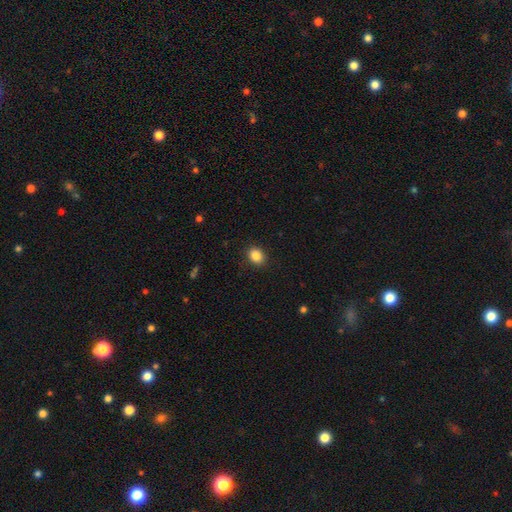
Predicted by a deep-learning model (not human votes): A smooth galaxy with no disk features (87%) that is in between round and cigar-shaped (56%).

Vote fractions:
- Smooth or featured? smooth: 87% / star or artifact: 9% / featured or disk: 4%
- How rounded? in between: 56% / round: 43% / cigar-shaped: 1%
- Merging? none: 89% / minor disturbance: 8% / major disturbance: 2% / merger: 1%